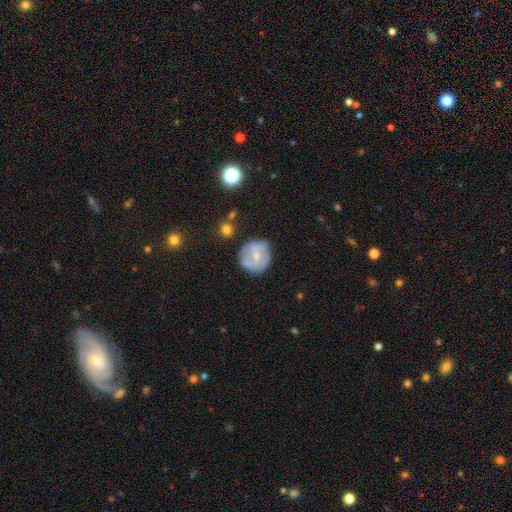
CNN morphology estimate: Q: Smooth or featured?
A: featured or disk (49%); runner-up: smooth (43%)
Q: Merging?
A: none (66%); runner-up: minor disturbance (20%)